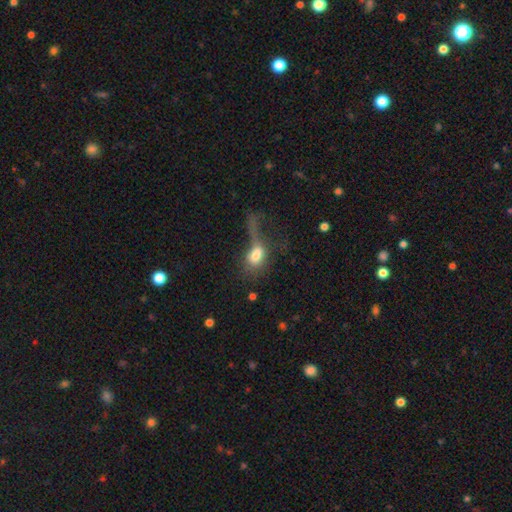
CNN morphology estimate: smooth_or_featured: smooth (p=0.67) [alt: featured or disk p=0.23]
how_rounded: in between (p=0.73) [alt: round p=0.23]
merging: major disturbance (p=0.59) [alt: none p=0.17]